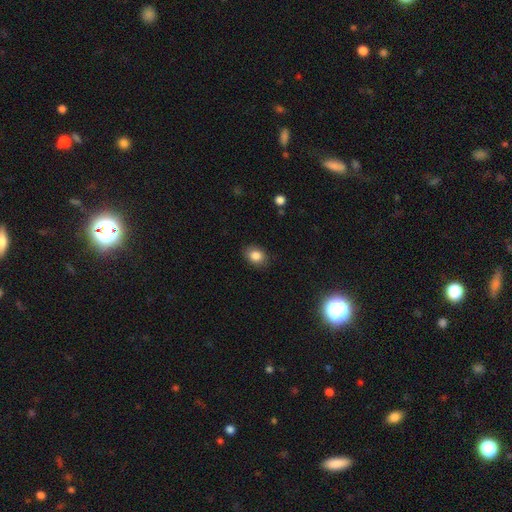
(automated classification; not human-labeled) Q: Smooth or featured?
A: smooth (85%); runner-up: star or artifact (9%)
Q: How rounded?
A: in between (61%); runner-up: round (38%)
Q: Merging?
A: none (86%); runner-up: minor disturbance (11%)